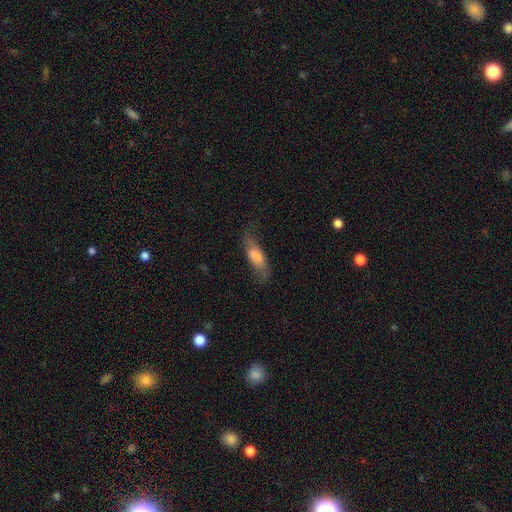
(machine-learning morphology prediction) Smooth or featured? smooth (63%)
How rounded? in between (56%)
Merging? none (60%)